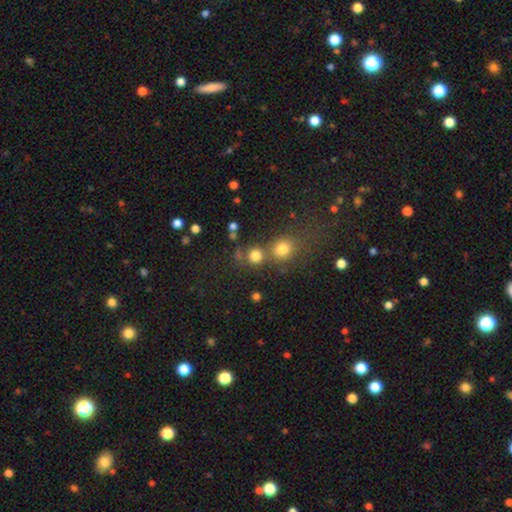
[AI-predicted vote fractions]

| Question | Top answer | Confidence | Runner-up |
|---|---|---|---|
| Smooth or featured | smooth | 79% | star or artifact (15%) |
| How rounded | round | 89% | in between (10%) |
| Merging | none | 59% | merger (29%) |